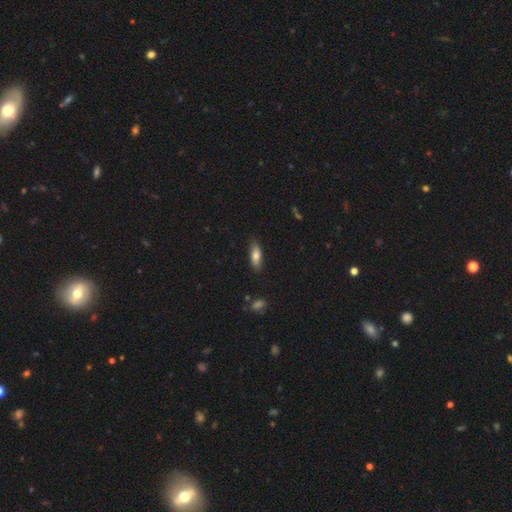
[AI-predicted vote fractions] This is likely a smooth galaxy (76%). How rounded: likely in between (62%). Merging: clearly none (83%).